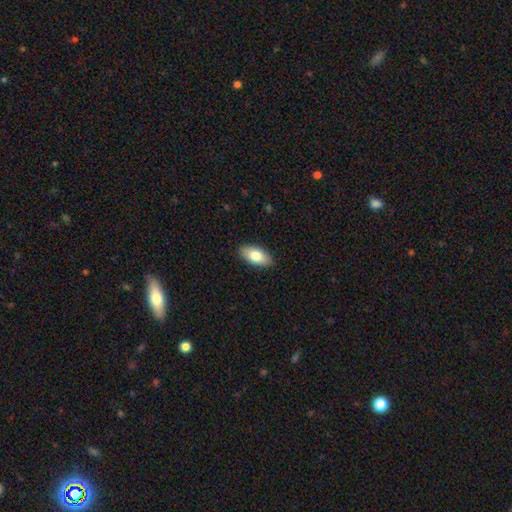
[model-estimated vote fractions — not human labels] This appears to be a smooth galaxy with no disk features (79%) that is in between round and cigar-shaped (92%). Merging: none (89%).